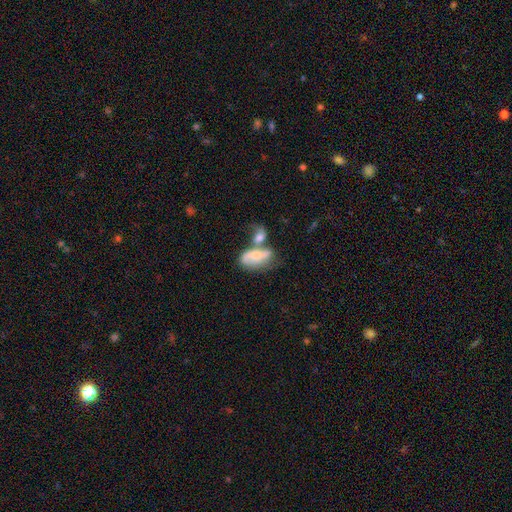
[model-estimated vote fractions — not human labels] Smooth or featured? Predicted: smooth (p=0.48). Merging? Predicted: merger (p=0.62).